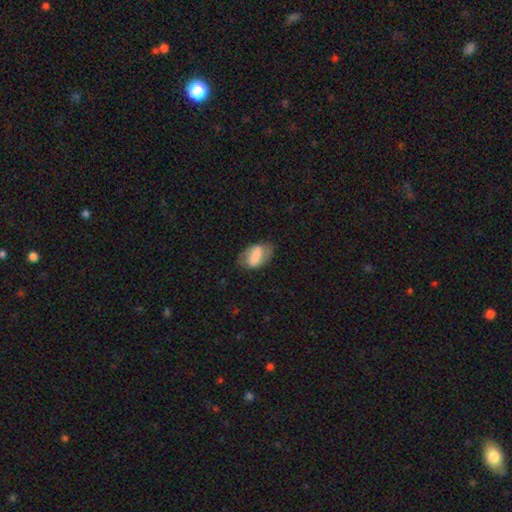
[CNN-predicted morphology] smooth-or-featured: smooth: 48% | featured or disk: 44% | star or artifact: 8%
  merging: none: 69% | minor disturbance: 21% | major disturbance: 9% | merger: 1%